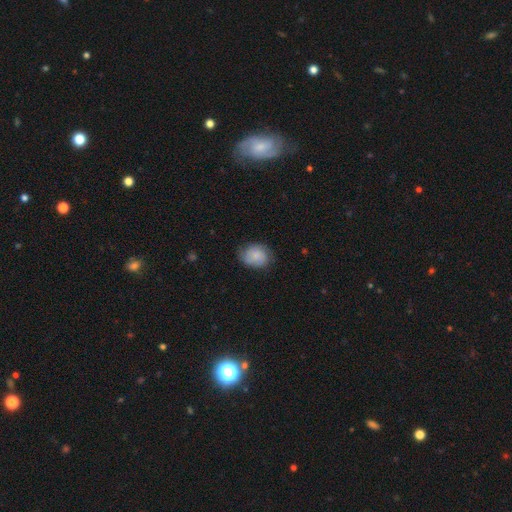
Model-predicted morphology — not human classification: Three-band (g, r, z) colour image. It shows a smooth galaxy with no disk features (69%) that is in between round and cigar-shaped (50%). Merging: none (70%).